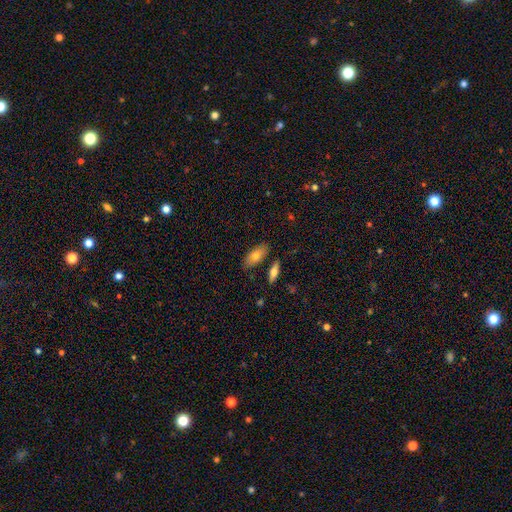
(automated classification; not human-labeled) Smooth or featured: smooth — 72% (featured or disk — 21%)
How rounded: in between — 84% (cigar-shaped — 13%)
Merging: none — 78% (minor disturbance — 12%)